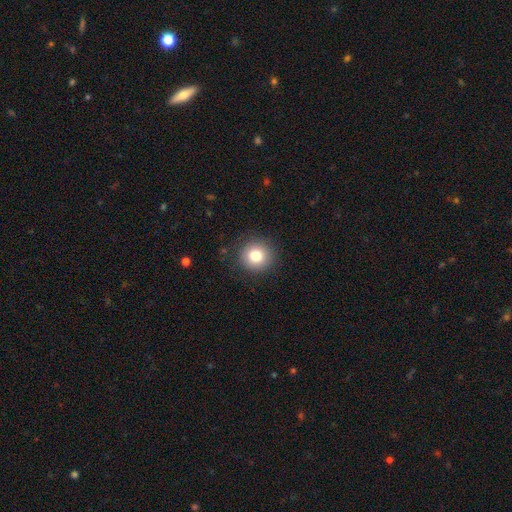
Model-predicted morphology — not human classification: Q: Smooth or featured?
A: smooth (80%); runner-up: star or artifact (11%)
Q: How rounded?
A: round (93%); runner-up: in between (6%)
Q: Merging?
A: none (89%); runner-up: minor disturbance (7%)